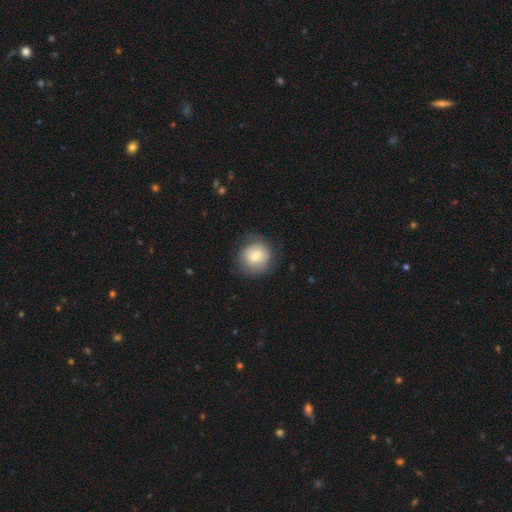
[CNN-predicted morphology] Smooth or featured? smooth (65%)
How rounded? round (88%)
Merging? none (77%)